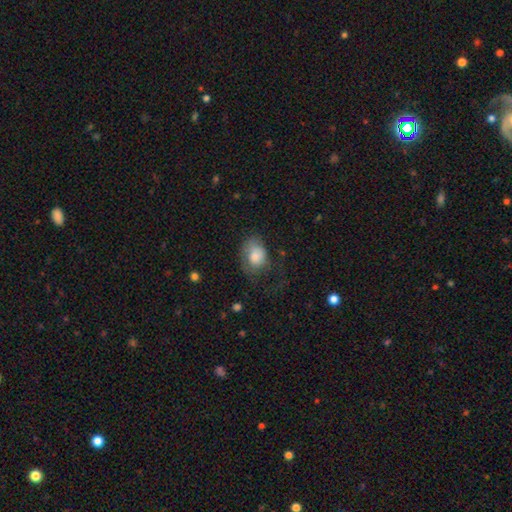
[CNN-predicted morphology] Q: Smooth or featured?
A: smooth (78%); runner-up: featured or disk (15%)
Q: How rounded?
A: in between (69%); runner-up: round (30%)
Q: Merging?
A: none (36%); runner-up: major disturbance (34%)